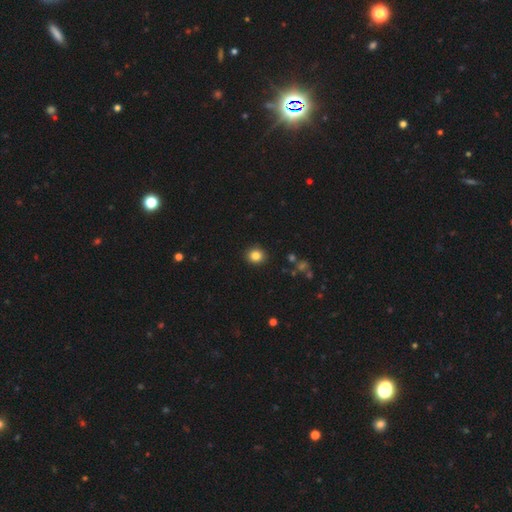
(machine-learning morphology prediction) smooth-or-featured: smooth: 83% | star or artifact: 11% | featured or disk: 6%
  how-rounded: round: 82% | in between: 17% | cigar-shaped: 1%
  merging: none: 91% | minor disturbance: 6% | major disturbance: 2% | merger: 1%